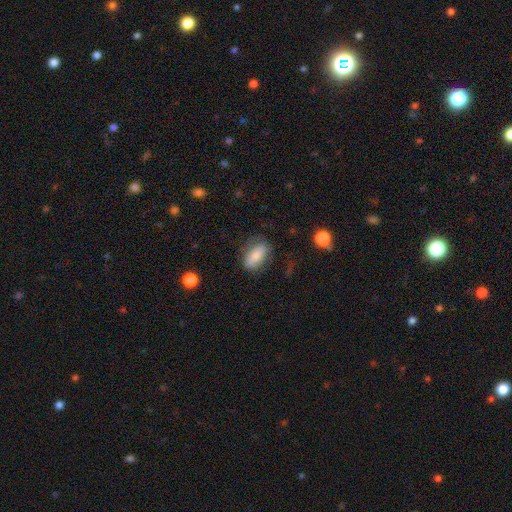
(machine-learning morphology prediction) A smooth galaxy with no disk features (75%) that is in between round and cigar-shaped (85%). Merging: none (72%).